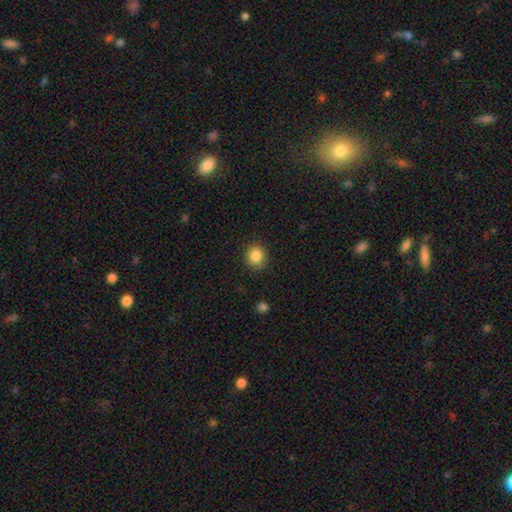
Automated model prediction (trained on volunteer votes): The model was most divided on "how rounded": round: 81%, in between: 18%, cigar-shaped: 1%. More confident: merging — none (87%); smooth or featured — smooth (86%).